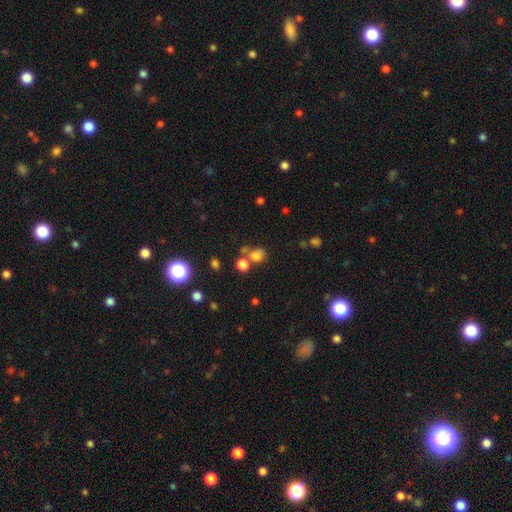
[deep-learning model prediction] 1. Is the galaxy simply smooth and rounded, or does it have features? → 74% smooth, 18% star or artifact, 7% featured or disk.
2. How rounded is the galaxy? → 70% round, 29% in between, 1% cigar-shaped.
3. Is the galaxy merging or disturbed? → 58% none, 25% merger, 11% minor disturbance, 5% major disturbance.